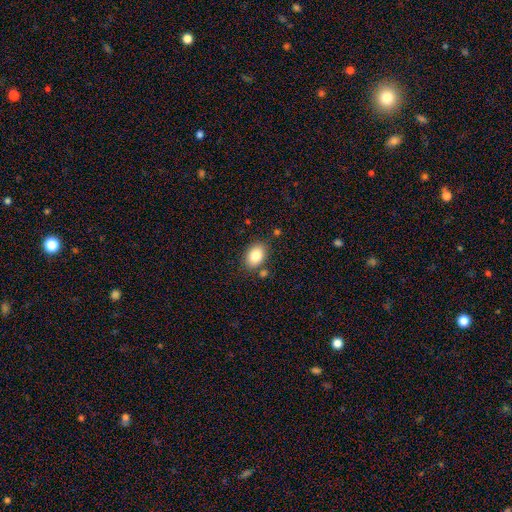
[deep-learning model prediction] Smooth or featured? Predicted: smooth (p=0.83). How rounded? Predicted: in between (p=0.80). Merging? Predicted: none (p=0.81).